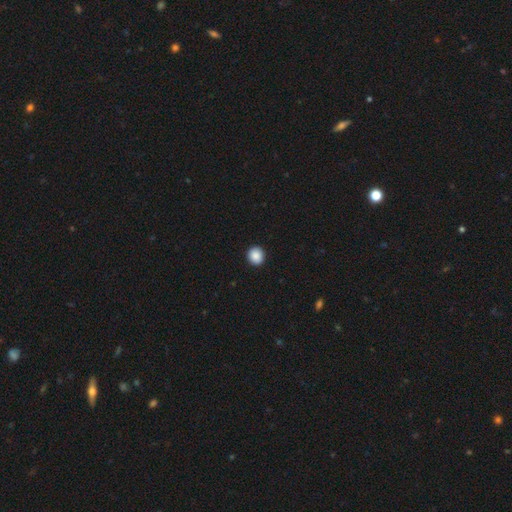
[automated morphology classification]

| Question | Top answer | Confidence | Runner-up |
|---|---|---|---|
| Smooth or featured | smooth | 89% | star or artifact (9%) |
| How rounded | round | 90% | in between (9%) |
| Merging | none | 93% | minor disturbance (5%) |